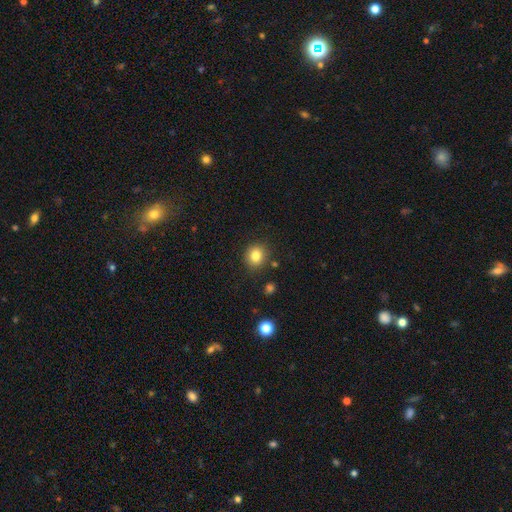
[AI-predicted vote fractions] Q: Smooth or featured?
A: smooth (82%); runner-up: star or artifact (11%)
Q: How rounded?
A: round (84%); runner-up: in between (15%)
Q: Merging?
A: none (87%); runner-up: minor disturbance (8%)